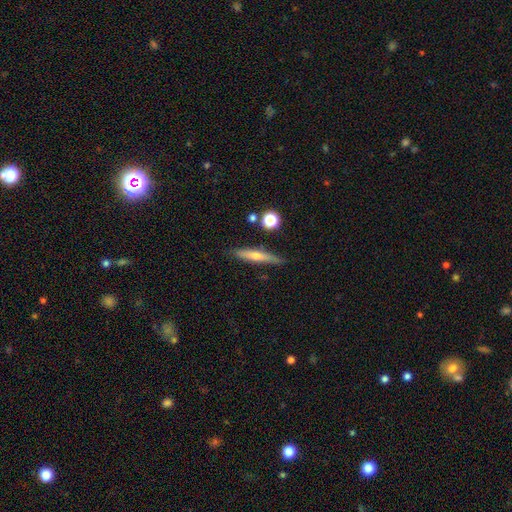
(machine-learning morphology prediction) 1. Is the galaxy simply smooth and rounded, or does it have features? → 49% smooth, 44% featured or disk, 7% star or artifact.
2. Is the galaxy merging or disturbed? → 84% none, 11% minor disturbance, 3% merger, 2% major disturbance.